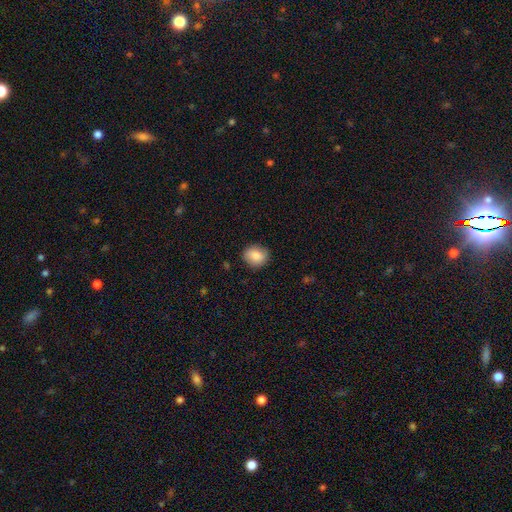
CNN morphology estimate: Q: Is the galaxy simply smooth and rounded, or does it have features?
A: smooth — 86%.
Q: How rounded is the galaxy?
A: round — 70%.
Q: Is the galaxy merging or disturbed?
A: none — 85%.